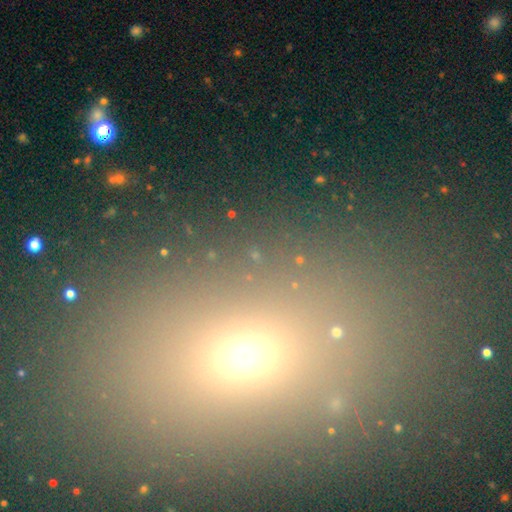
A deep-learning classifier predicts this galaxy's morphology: Q: Smooth or featured?
A: smooth (46%); runner-up: star or artifact (42%)
Q: Merging?
A: none (79%); runner-up: minor disturbance (9%)